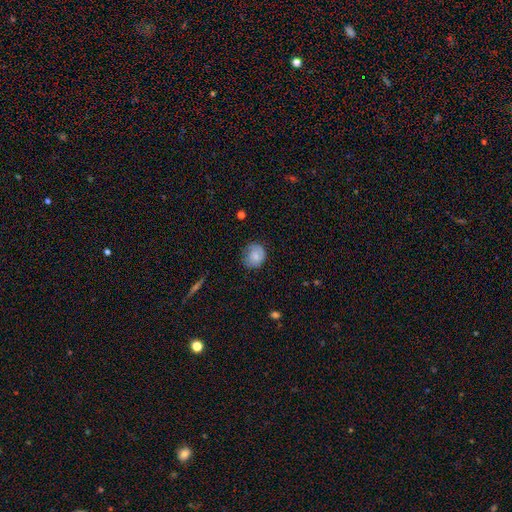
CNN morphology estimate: type=smooth (71%); roundness=round (65%); merging=none (61%).